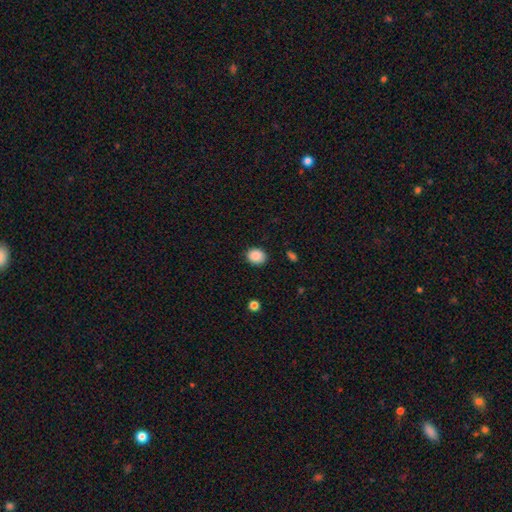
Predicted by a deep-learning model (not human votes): This is clearly a smooth galaxy (88%). How rounded: possibly round (54%). Merging: clearly none (84%).